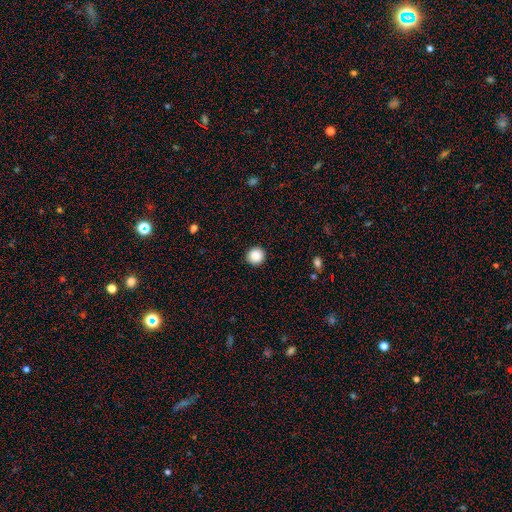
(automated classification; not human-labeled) The model was most divided on "smooth or featured": smooth: 88%, star or artifact: 9%, featured or disk: 3%. More confident: how rounded — round (95%); merging — none (92%).